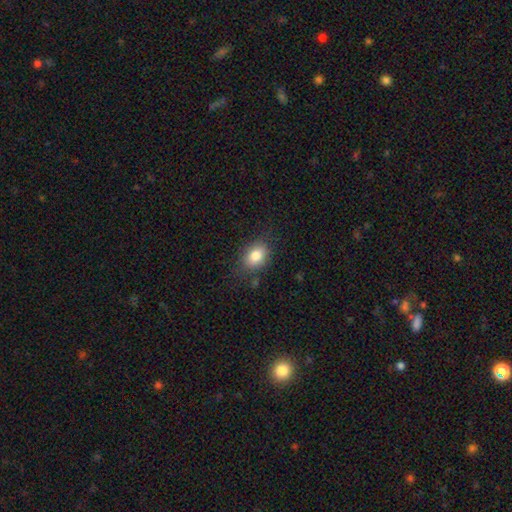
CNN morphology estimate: This is clearly a smooth galaxy (82%). How rounded: likely in between (74%). Merging: likely none (78%).